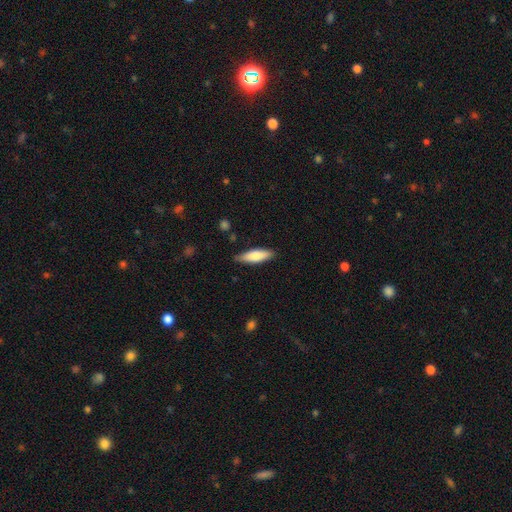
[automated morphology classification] Smooth or featured? Predicted: smooth (p=0.75). How rounded? Predicted: cigar-shaped (p=0.52). Merging? Predicted: none (p=0.85).